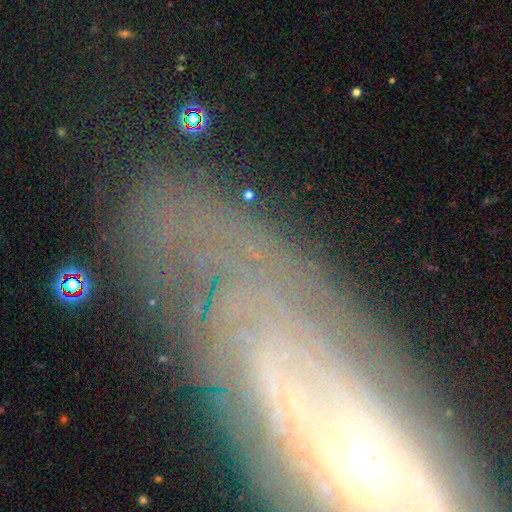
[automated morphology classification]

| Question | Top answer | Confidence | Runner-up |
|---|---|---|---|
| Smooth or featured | featured or disk | 63% | star or artifact (19%) |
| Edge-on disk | no | 77% | yes (23%) |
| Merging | none | 78% | minor disturbance (14%) |